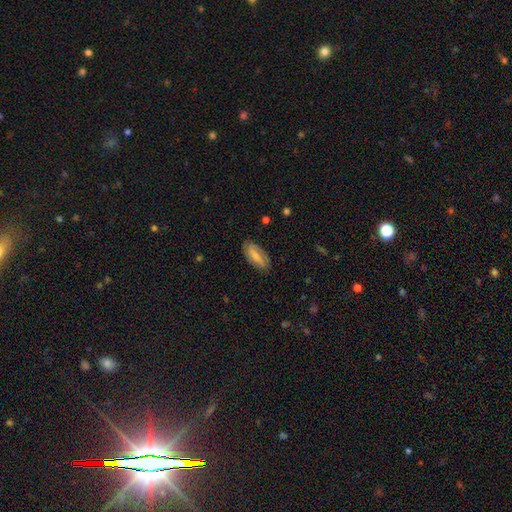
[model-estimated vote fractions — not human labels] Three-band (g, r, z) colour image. It shows a smooth galaxy with no disk features (55%) that is in between round and cigar-shaped (82%). Merging: none (82%).